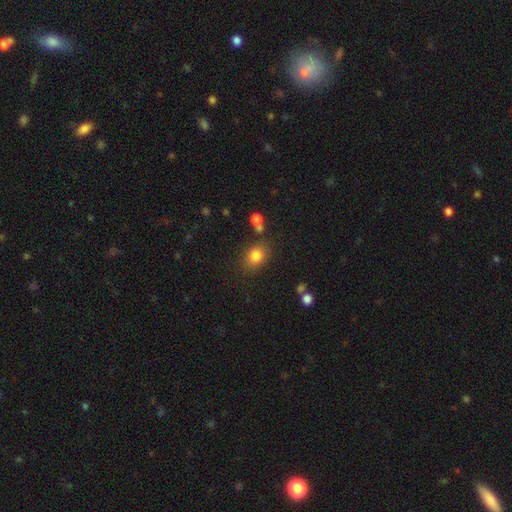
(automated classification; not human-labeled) This is clearly a smooth galaxy (82%). How rounded: possibly in between (60%). Merging: likely none (76%).